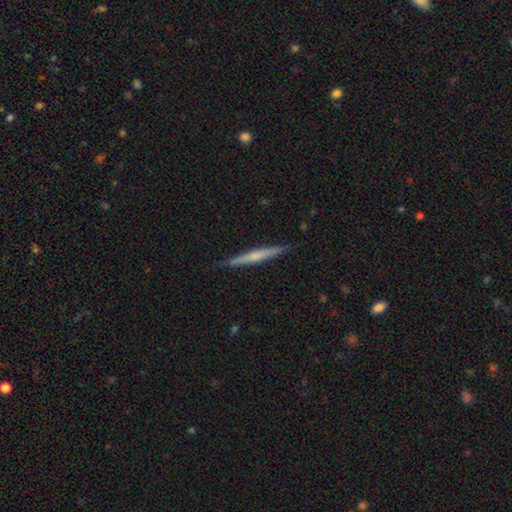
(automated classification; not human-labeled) smooth_or_featured: featured or disk (p=0.57) [alt: smooth p=0.37]
disk_edge_on: yes (p=0.98) [alt: no p=0.02]
edge_on_bulge: rounded (p=0.50) [alt: none p=0.40]
merging: none (p=0.90) [alt: minor disturbance p=0.08]